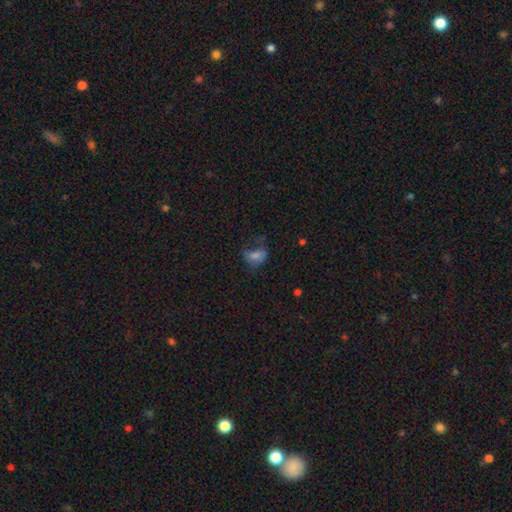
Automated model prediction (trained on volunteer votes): smooth-or-featured: smooth: 59% | featured or disk: 22% | star or artifact: 19%
  how-rounded: in between: 71% | round: 27% | cigar-shaped: 2%
  merging: none: 40% | major disturbance: 30% | minor disturbance: 26% | merger: 5%